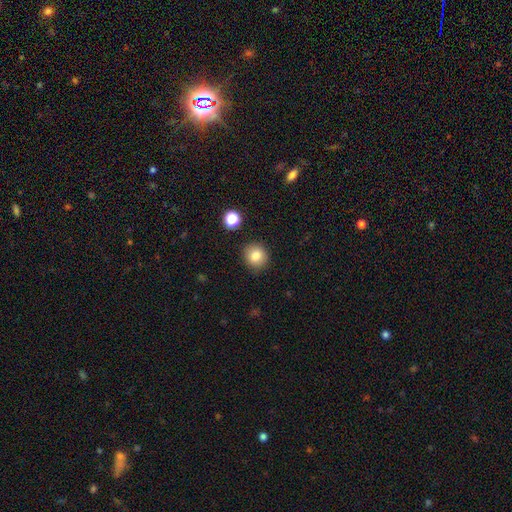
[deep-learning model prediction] Q: Smooth or featured?
A: smooth (81%); runner-up: star or artifact (11%)
Q: How rounded?
A: round (86%); runner-up: in between (13%)
Q: Merging?
A: none (89%); runner-up: minor disturbance (7%)